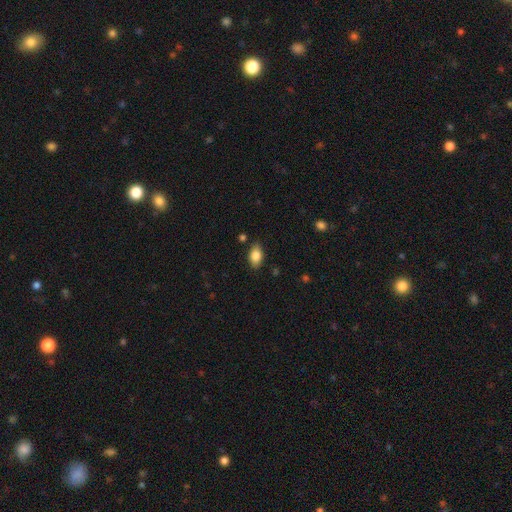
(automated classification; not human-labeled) smooth_or_featured: smooth (p=0.84) [alt: featured or disk p=0.09]
how_rounded: in between (p=0.89) [alt: round p=0.08]
merging: none (p=0.82) [alt: minor disturbance p=0.13]